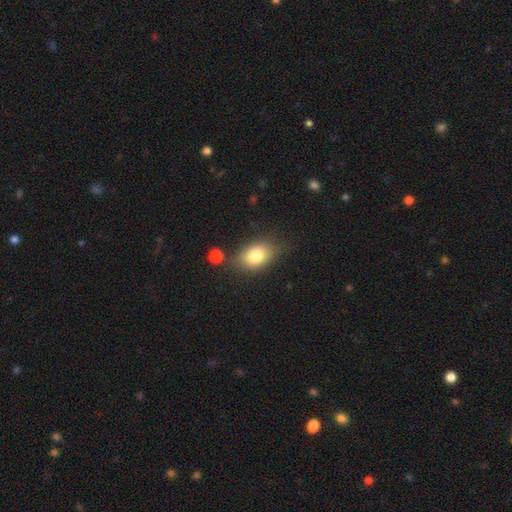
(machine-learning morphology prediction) A smooth galaxy with no disk features (80%) that is in between round and cigar-shaped (79%).

Vote fractions:
- Smooth or featured? smooth: 80% / featured or disk: 11% / star or artifact: 9%
- How rounded? in between: 79% / round: 20% / cigar-shaped: 2%
- Merging? none: 71% / minor disturbance: 17% / merger: 7% / major disturbance: 5%